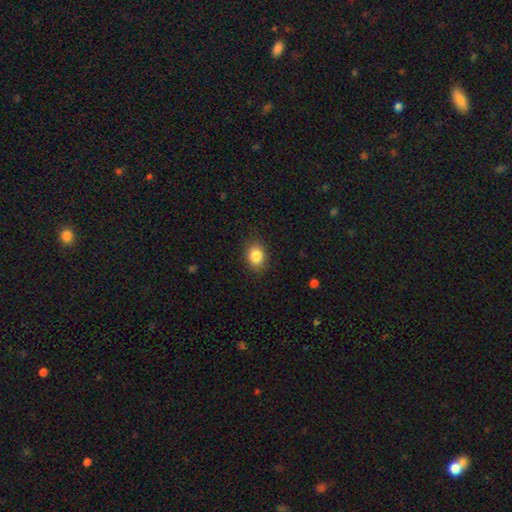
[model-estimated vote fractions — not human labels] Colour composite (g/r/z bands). It shows a smooth galaxy with no disk features (86%) that is in between round and cigar-shaped (61%). Merging: none (85%).